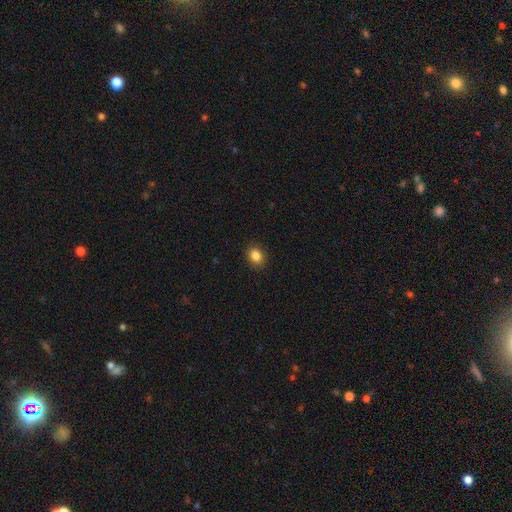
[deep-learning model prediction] smooth-or-featured: smooth: 86% | star or artifact: 10% | featured or disk: 4%
  how-rounded: in between: 56% | round: 43% | cigar-shaped: 1%
  merging: none: 90% | minor disturbance: 7% | major disturbance: 2% | merger: 1%